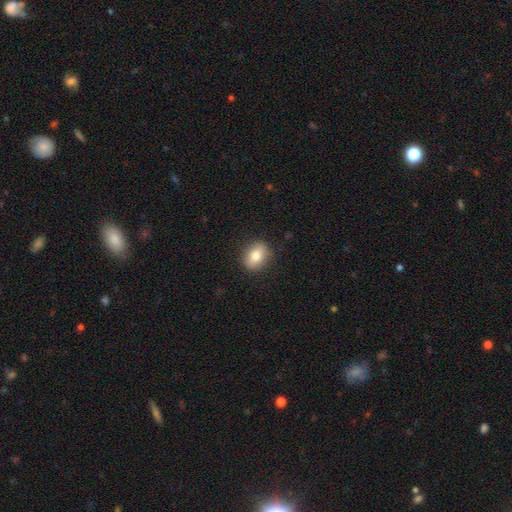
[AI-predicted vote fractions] This appears to be a smooth galaxy with no disk features (81%) that is in between round and cigar-shaped (66%). Merging: none (85%).